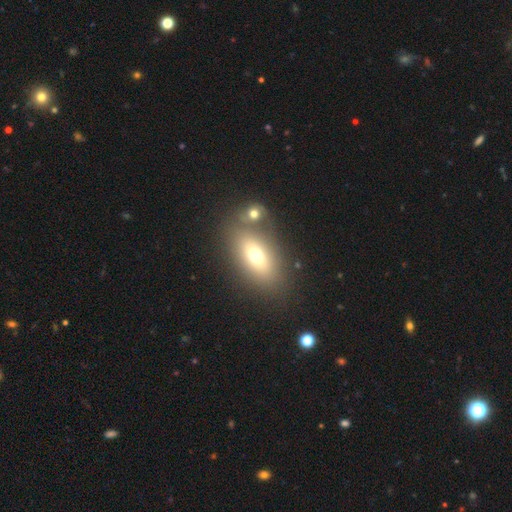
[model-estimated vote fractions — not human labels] The model was most divided on "smooth or featured": smooth: 67%, featured or disk: 22%, star or artifact: 11%. More confident: how rounded — in between (83%); merging — none (67%).